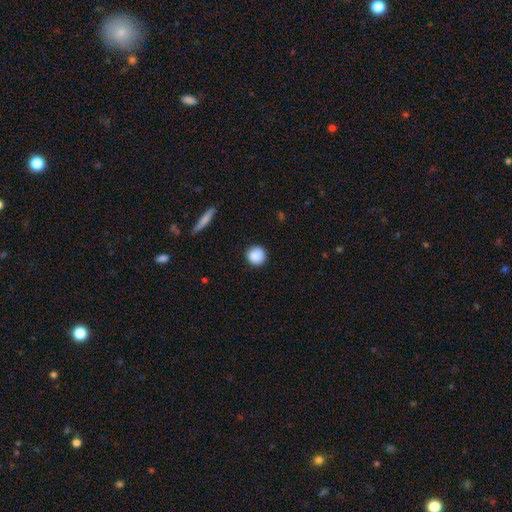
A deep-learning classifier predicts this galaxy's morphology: A smooth galaxy with no disk features (87%) that is round (94%).

Vote fractions:
- Smooth or featured? smooth: 87% / star or artifact: 8% / featured or disk: 4%
- How rounded? round: 94% / in between: 5% / cigar-shaped: 1%
- Merging? none: 89% / minor disturbance: 7% / major disturbance: 2% / merger: 1%